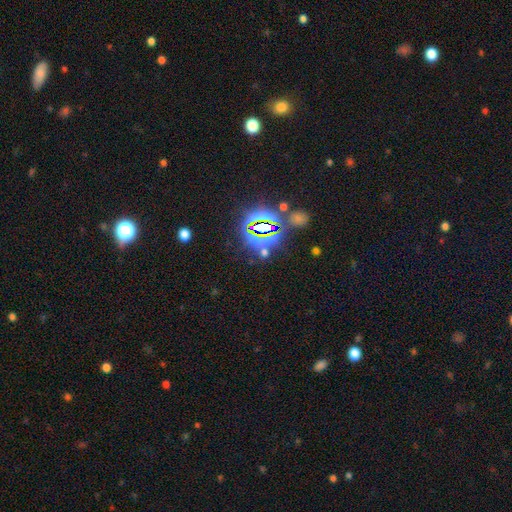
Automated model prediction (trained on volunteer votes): Overall: star or artifact (78%).